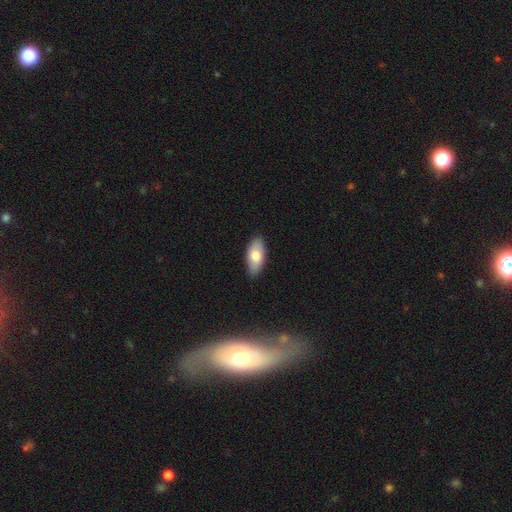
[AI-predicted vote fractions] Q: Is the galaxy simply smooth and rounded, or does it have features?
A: smooth — 77%.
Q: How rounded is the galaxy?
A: in between — 91%.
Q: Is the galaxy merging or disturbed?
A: none — 86%.